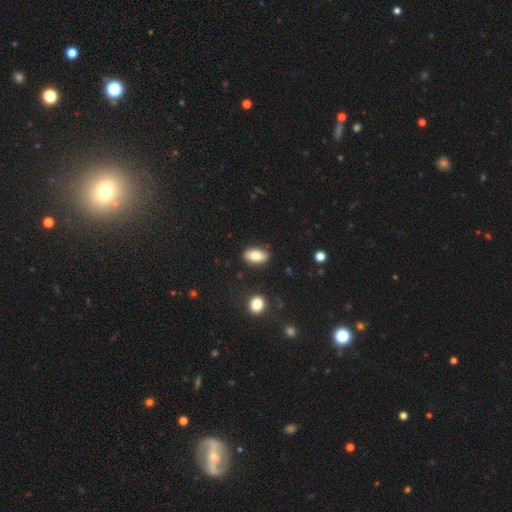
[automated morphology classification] type=smooth (82%); roundness=in between (91%); merging=none (86%).